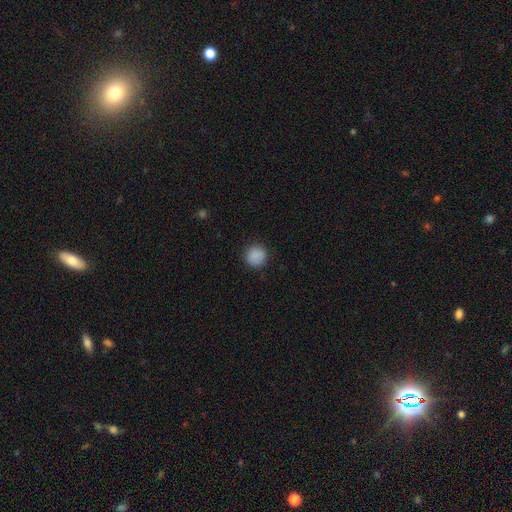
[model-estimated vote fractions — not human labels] The model was most divided on "smooth or featured": smooth: 88%, star or artifact: 9%, featured or disk: 3%. More confident: how rounded — round (93%); merging — none (89%).